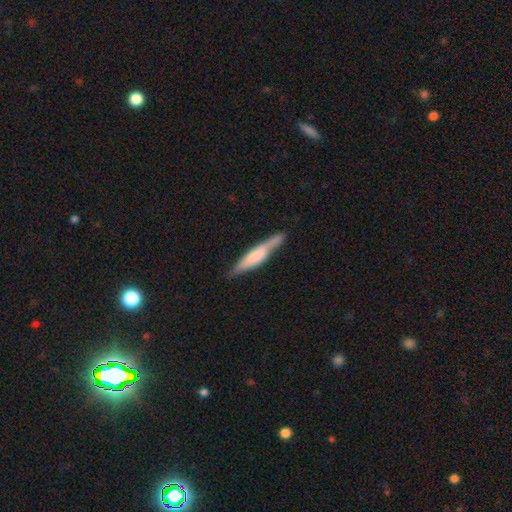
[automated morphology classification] This appears to be a smooth galaxy with no disk features (50%). Merging: none (75%).